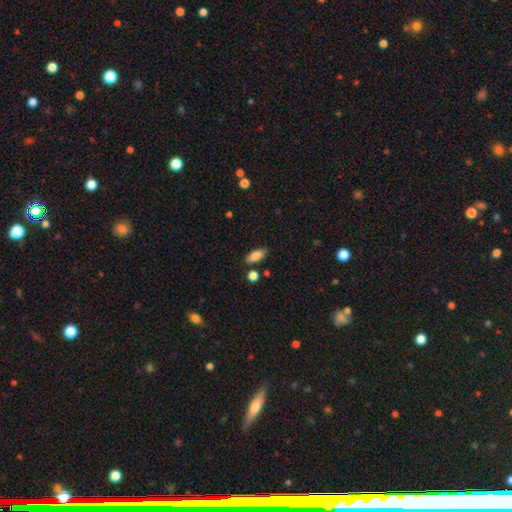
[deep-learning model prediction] smooth-or-featured: smooth: 85% | featured or disk: 8% | star or artifact: 7%
  how-rounded: in between: 85% | cigar-shaped: 11% | round: 3%
  merging: none: 80% | minor disturbance: 12% | merger: 4% | major disturbance: 3%